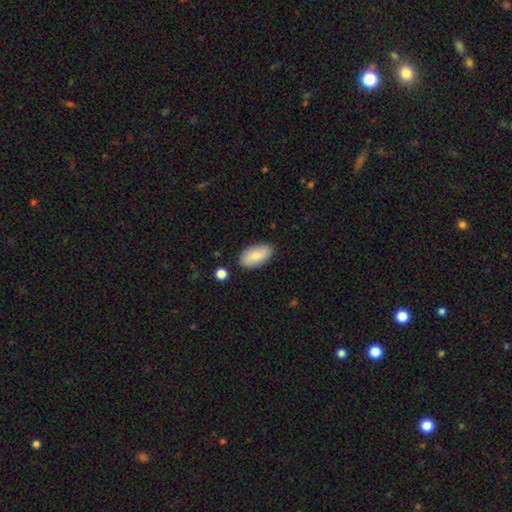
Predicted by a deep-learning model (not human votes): A smooth galaxy with no disk features (79%) that is in between round and cigar-shaped (94%). Merging: none (84%).